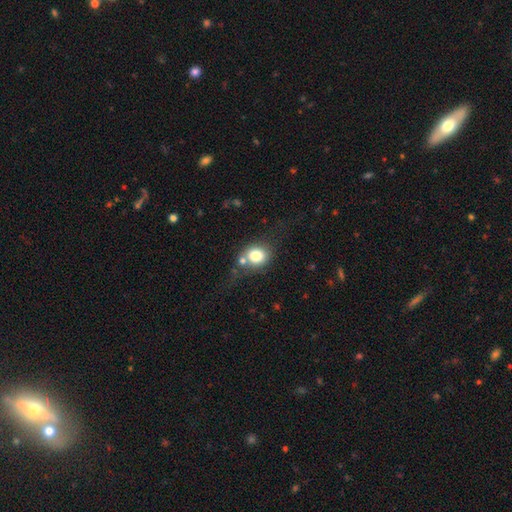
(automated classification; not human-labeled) Q: Smooth or featured?
A: smooth (77%); runner-up: featured or disk (13%)
Q: How rounded?
A: round (70%); runner-up: in between (29%)
Q: Merging?
A: none (53%); runner-up: merger (20%)